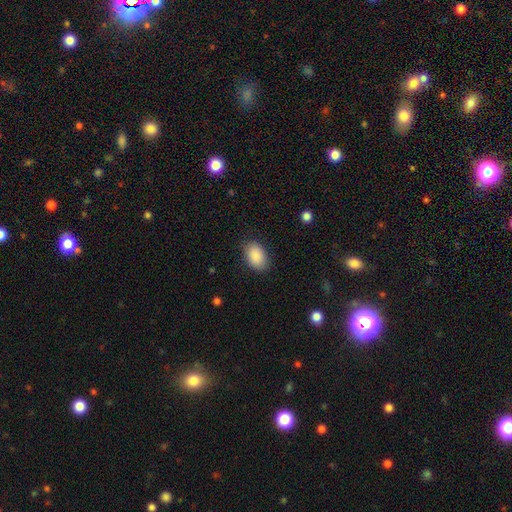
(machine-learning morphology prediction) Smooth or featured: smooth — 90% (star or artifact — 7%)
How rounded: in between — 88% (round — 11%)
Merging: none — 83% (minor disturbance — 12%)